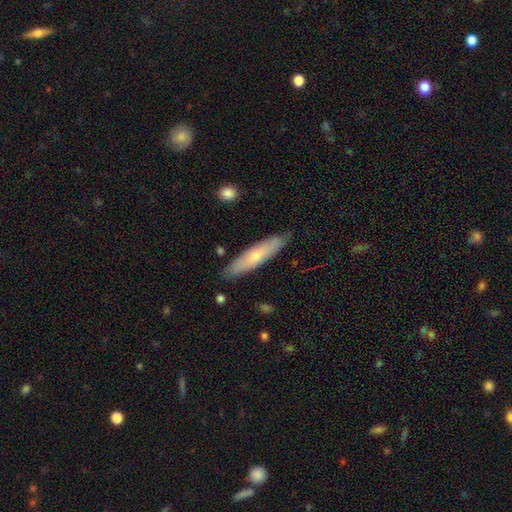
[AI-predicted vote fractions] Smooth or featured: smooth — 56% (featured or disk — 38%)
How rounded: cigar-shaped — 80% (in between — 19%)
Merging: none — 85% (minor disturbance — 12%)